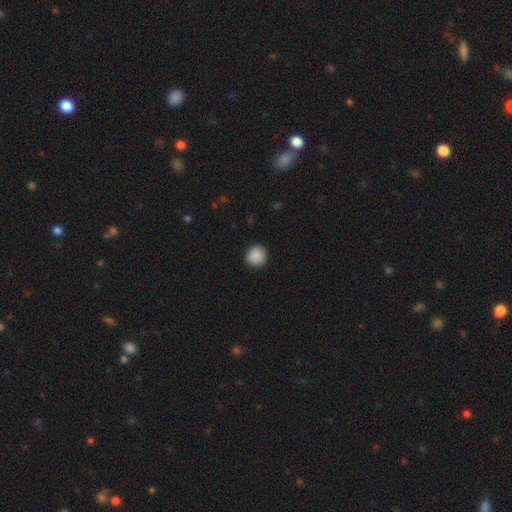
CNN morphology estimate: Smooth or featured? Predicted: smooth (p=0.89). How rounded? Predicted: round (p=0.94). Merging? Predicted: none (p=0.91).